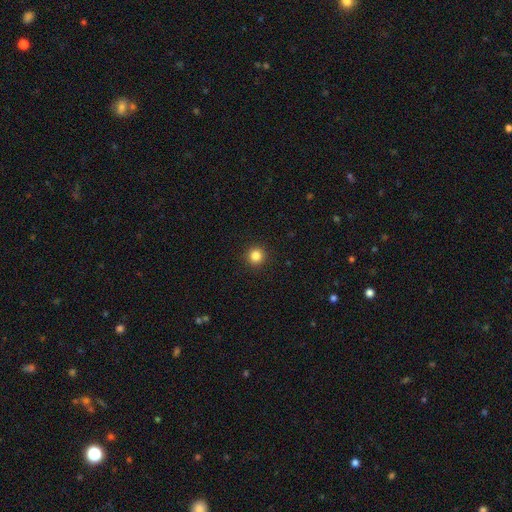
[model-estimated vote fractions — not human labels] Smooth or featured?
  - smooth: 84% *
  - star or artifact: 12%
  - featured or disk: 4%
How rounded?
  - round: 95% *
  - in between: 4%
  - cigar-shaped: 1%
Merging?
  - none: 93% *
  - minor disturbance: 4%
  - major disturbance: 2%
  - merger: 1%